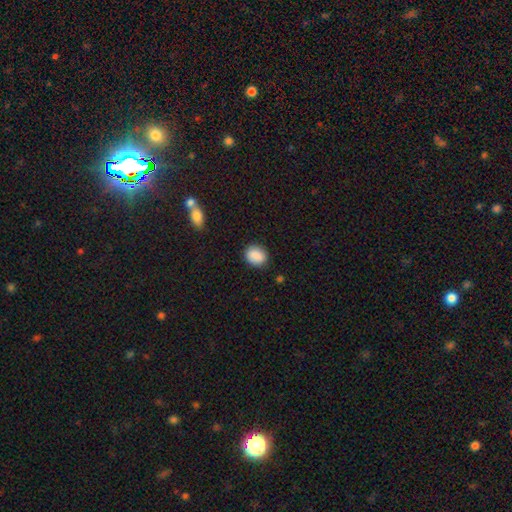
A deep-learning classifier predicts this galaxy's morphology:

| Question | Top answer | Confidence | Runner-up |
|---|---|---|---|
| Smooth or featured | smooth | 88% | star or artifact (7%) |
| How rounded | round | 53% | in between (46%) |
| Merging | none | 85% | minor disturbance (11%) |